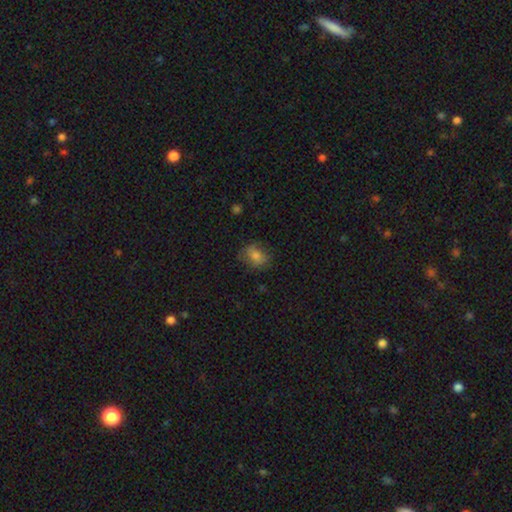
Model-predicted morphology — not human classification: Q: Smooth or featured?
A: smooth (76%); runner-up: featured or disk (14%)
Q: How rounded?
A: in between (57%); runner-up: round (42%)
Q: Merging?
A: none (71%); runner-up: minor disturbance (21%)